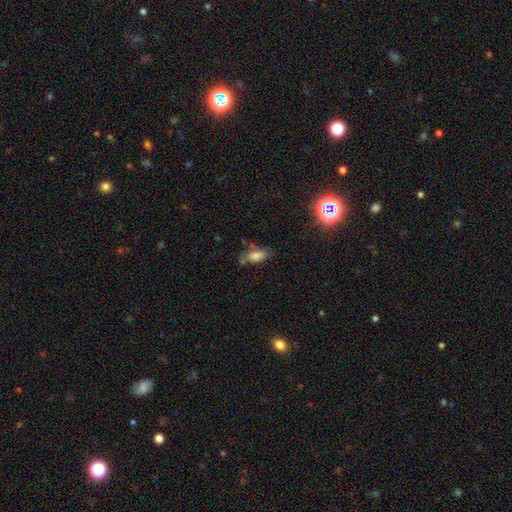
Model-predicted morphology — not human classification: Smooth or featured?
  - smooth: 63% *
  - featured or disk: 23%
  - star or artifact: 14%
How rounded?
  - in between: 84% *
  - cigar-shaped: 12%
  - round: 4%
Merging?
  - none: 51% *
  - minor disturbance: 28%
  - major disturbance: 15%
  - merger: 6%